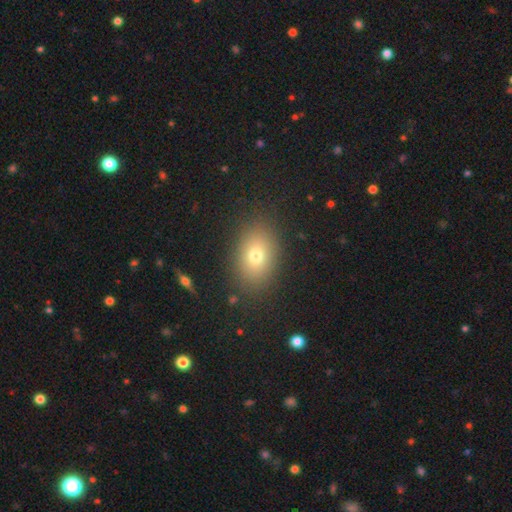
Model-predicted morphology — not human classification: smooth-or-featured: smooth: 72% | featured or disk: 14% | star or artifact: 14%
  how-rounded: in between: 76% | round: 23% | cigar-shaped: 1%
  merging: none: 87% | minor disturbance: 8% | major disturbance: 3% | merger: 1%